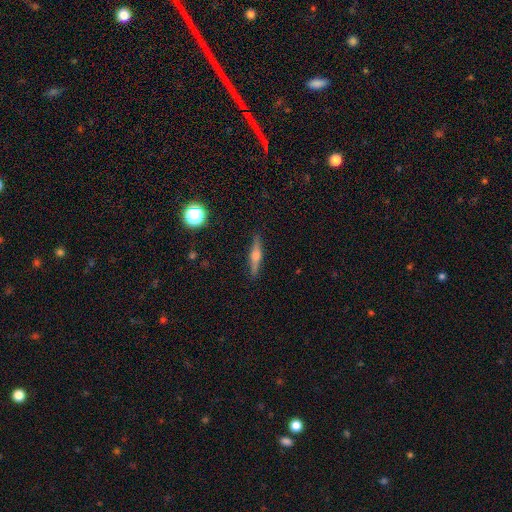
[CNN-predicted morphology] This is likely a featured or disk galaxy (63%). It is clearly viewed edge-on (97%). Edge-on bulge: clearly rounded (86%). Merging: clearly none (90%).